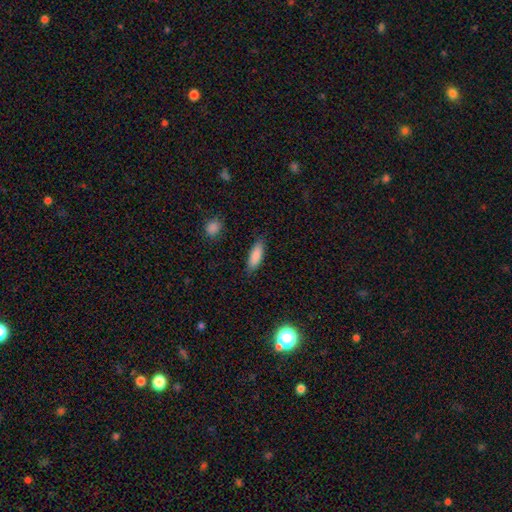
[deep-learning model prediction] smooth 86%, star or artifact 7%, featured or disk 7%. Down the decision tree: how rounded — in between (60%); merging — none (85%).